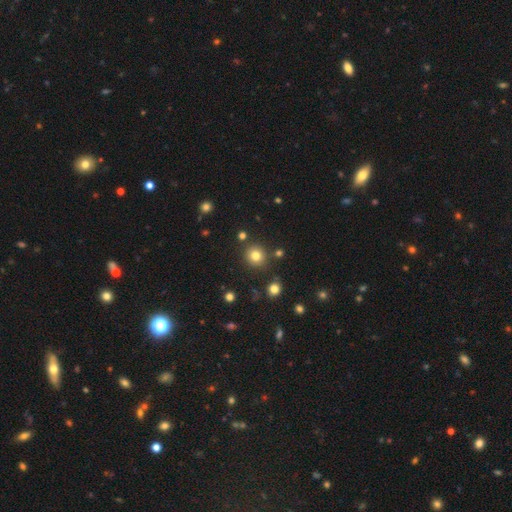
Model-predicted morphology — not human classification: smooth-or-featured: smooth: 79% | star or artifact: 14% | featured or disk: 7%
  how-rounded: round: 90% | in between: 9% | cigar-shaped: 1%
  merging: none: 86% | minor disturbance: 7% | merger: 5% | major disturbance: 3%